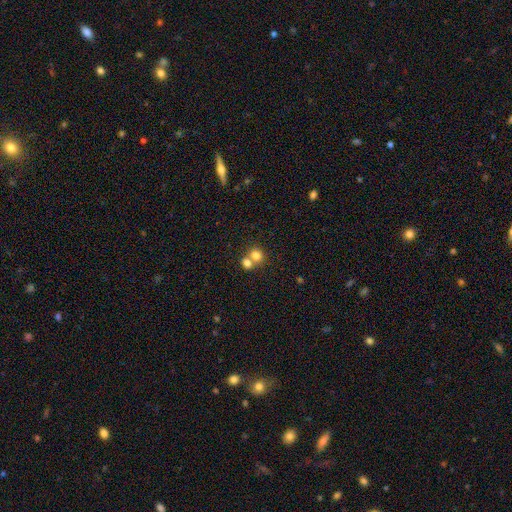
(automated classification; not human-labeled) Smooth or featured: smooth — 78% (star or artifact — 11%)
How rounded: round — 76% (in between — 23%)
Merging: merger — 56% (none — 36%)